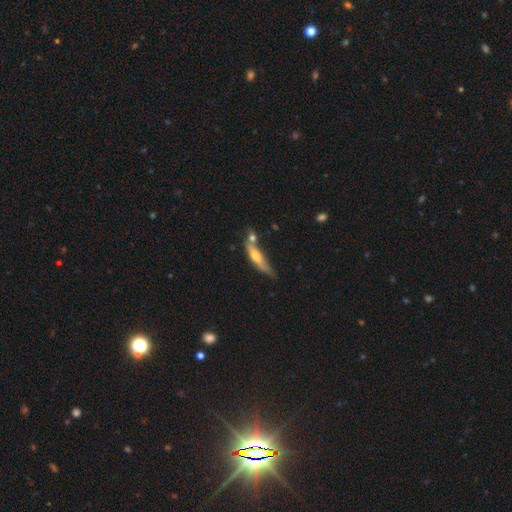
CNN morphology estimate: Smooth or featured?
  - featured or disk: 51% *
  - smooth: 43%
  - star or artifact: 6%
Edge-on disk?
  - yes: 86% *
  - no: 14%
Merging?
  - none: 51% *
  - merger: 22%
  - minor disturbance: 20%
  - major disturbance: 6%